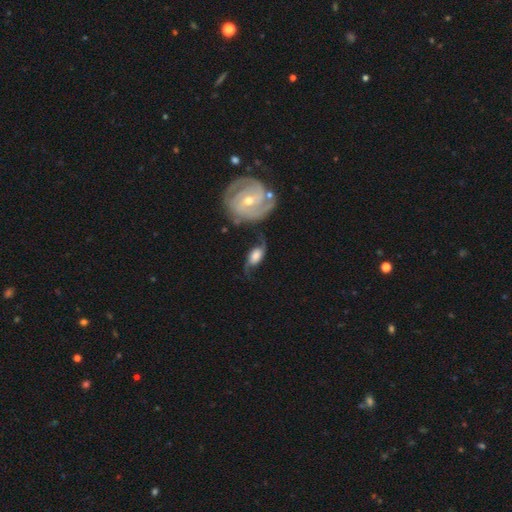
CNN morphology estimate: smooth-or-featured: featured or disk: 67% | smooth: 26% | star or artifact: 7%
  disk-edge-on: no: 94% | yes: 6%
    bar: no: 51% | weak: 36% | strong: 13%
    has-spiral-arms: yes: 91% | no: 9%
      spiral-winding: loose: 55% | medium: 32% | tight: 13%
      spiral-arm-count: 2: 87% | 1: 5% | can't tell: 4% | 3: 2% | 4: 1% | more than 4: 1%
    bulge-size: moderate: 34% | large: 31% | small: 20% | none: 9% | dominant: 6%
  merging: none: 49% | minor disturbance: 24% | major disturbance: 19% | merger: 9%